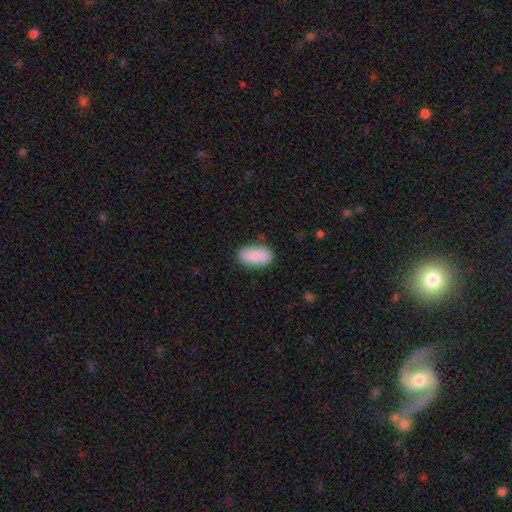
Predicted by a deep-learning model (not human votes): smooth 86%, featured or disk 8%, star or artifact 6%. Down the decision tree: how rounded — in between (93%); merging — none (81%).